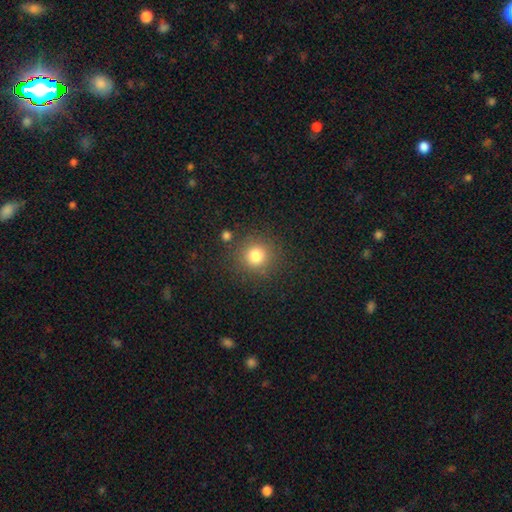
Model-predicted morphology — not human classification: Smooth or featured? Predicted: smooth (p=0.80). How rounded? Predicted: round (p=0.92). Merging? Predicted: none (p=0.84).